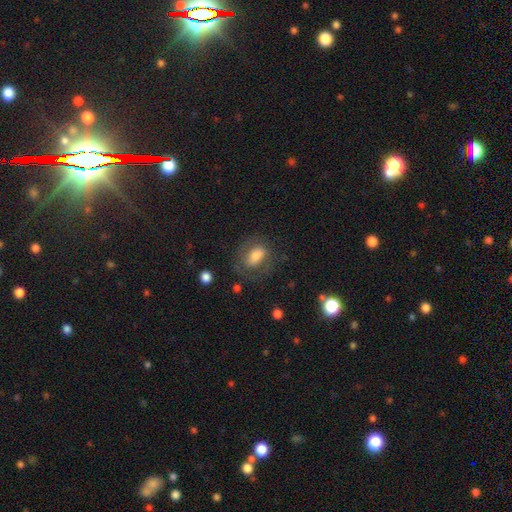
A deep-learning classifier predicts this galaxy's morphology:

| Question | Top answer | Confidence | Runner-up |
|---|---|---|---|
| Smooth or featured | smooth | 61% | featured or disk (29%) |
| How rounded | in between | 76% | round (22%) |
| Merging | none | 60% | minor disturbance (21%) |